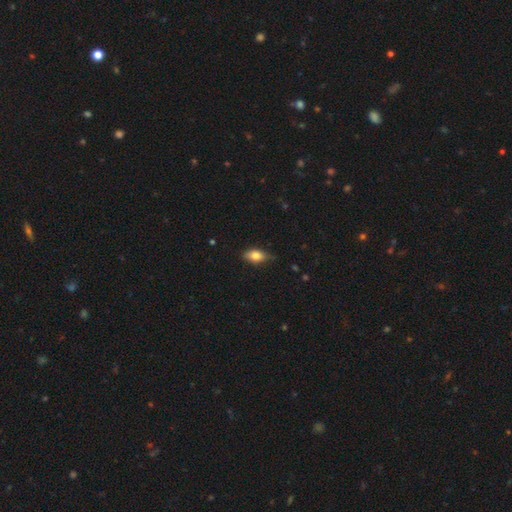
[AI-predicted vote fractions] A smooth galaxy with no disk features (77%) that is in between round and cigar-shaped (87%). Merging: none (75%).